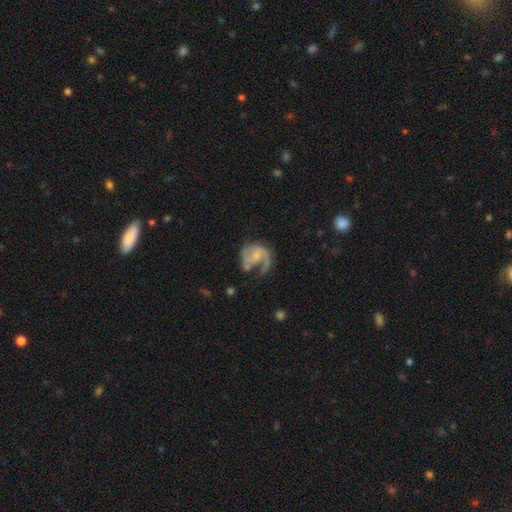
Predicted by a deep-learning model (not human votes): Overall: featured or disk (75%). Edge-on disk: no (98%). Bar: no (55%; weak 37%). Spiral arms: yes (88%). Spiral arm count: 2 (44%; 1 43%). Spiral winding: medium (43%; loose 39%). Bulge size: small (42%; none 32%). Merging: major disturbance (37%, tied with none).